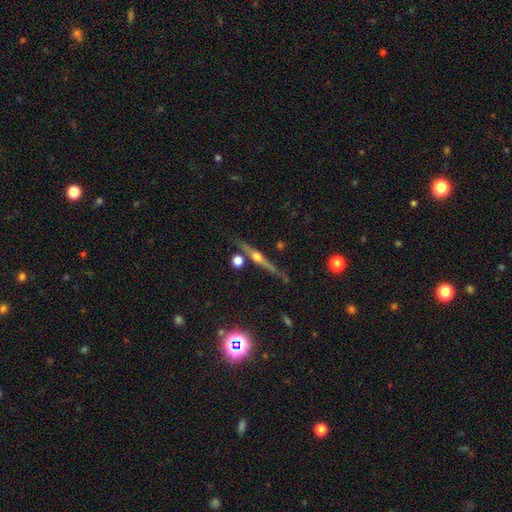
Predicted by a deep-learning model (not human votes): Smooth or featured?
  - featured or disk: 81% *
  - smooth: 10%
  - star or artifact: 9%
Edge-on disk?
  - yes: 98% *
  - no: 2%
Edge-on bulge?
  - rounded: 92% *
  - boxy: 4%
  - none: 4%
Merging?
  - none: 82% *
  - minor disturbance: 11%
  - merger: 5%
  - major disturbance: 3%